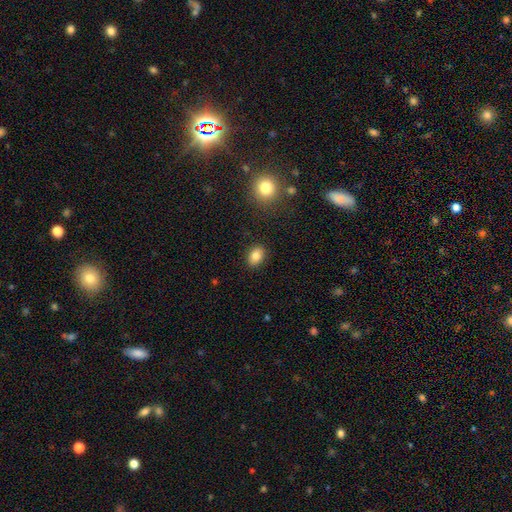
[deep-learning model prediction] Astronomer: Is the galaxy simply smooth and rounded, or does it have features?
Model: smooth — 84%.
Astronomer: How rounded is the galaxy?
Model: in between — 77%.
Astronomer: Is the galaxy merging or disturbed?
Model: none — 88%.